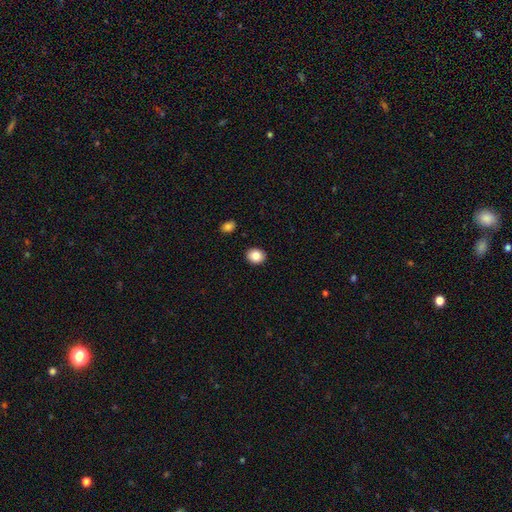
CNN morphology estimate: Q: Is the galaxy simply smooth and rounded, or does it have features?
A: smooth — 85%.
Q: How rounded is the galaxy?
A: round — 60%.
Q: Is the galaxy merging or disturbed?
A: none — 91%.